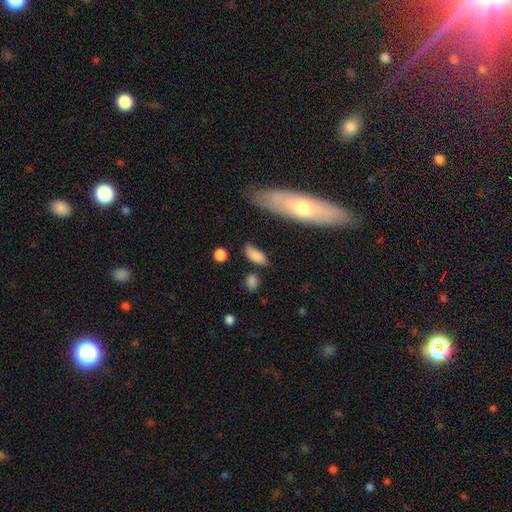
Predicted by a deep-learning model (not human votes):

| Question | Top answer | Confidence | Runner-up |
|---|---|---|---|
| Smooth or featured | smooth | 82% | featured or disk (10%) |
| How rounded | in between | 78% | cigar-shaped (17%) |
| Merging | none | 68% | minor disturbance (20%) |